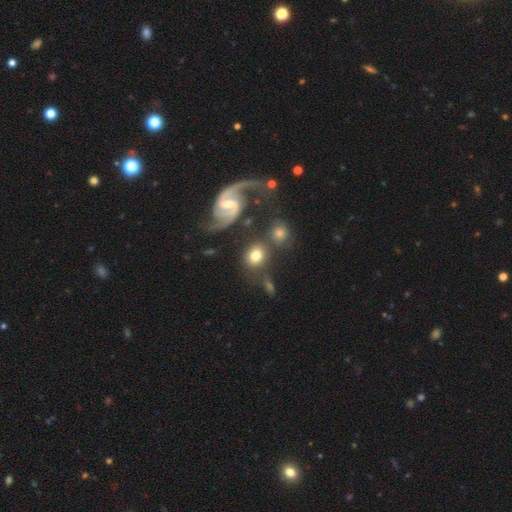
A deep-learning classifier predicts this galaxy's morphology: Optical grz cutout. It shows a smooth galaxy with no disk features (66%) that is round (66%). Merging: none (63%).